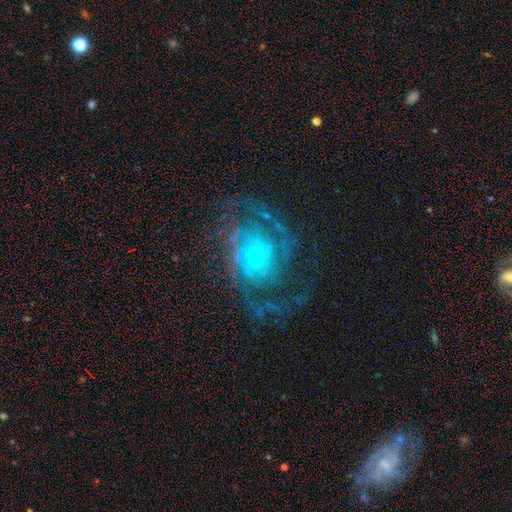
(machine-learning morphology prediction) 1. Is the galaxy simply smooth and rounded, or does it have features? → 88% featured or disk, 7% star or artifact, 6% smooth.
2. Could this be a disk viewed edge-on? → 97% no, 3% yes.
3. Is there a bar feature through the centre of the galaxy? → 45% weak, 43% no, 12% strong.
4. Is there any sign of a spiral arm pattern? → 95% yes, 5% no.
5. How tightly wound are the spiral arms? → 44% tight, 43% medium, 13% loose.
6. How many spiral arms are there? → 35% 2, 22% can't tell, 19% 3, 9% 4, 7% 1, 7% more than 4.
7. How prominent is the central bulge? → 71% small, 22% moderate, 4% none, 2% large, 1% dominant.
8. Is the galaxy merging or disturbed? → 62% none, 19% major disturbance, 17% minor disturbance, 2% merger.